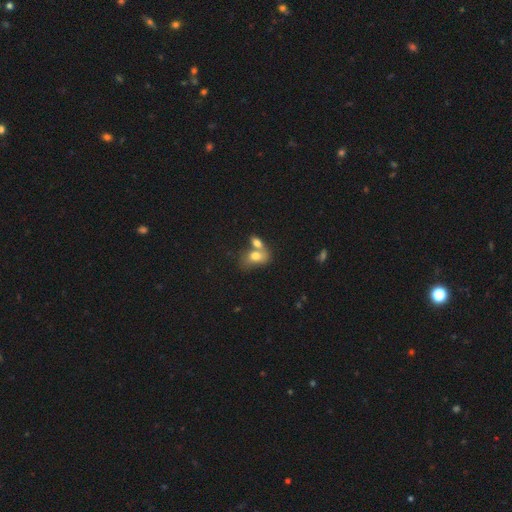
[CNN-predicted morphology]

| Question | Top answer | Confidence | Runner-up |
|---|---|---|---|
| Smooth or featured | smooth | 74% | featured or disk (18%) |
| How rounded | in between | 81% | round (17%) |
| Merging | merger | 61% | none (24%) |